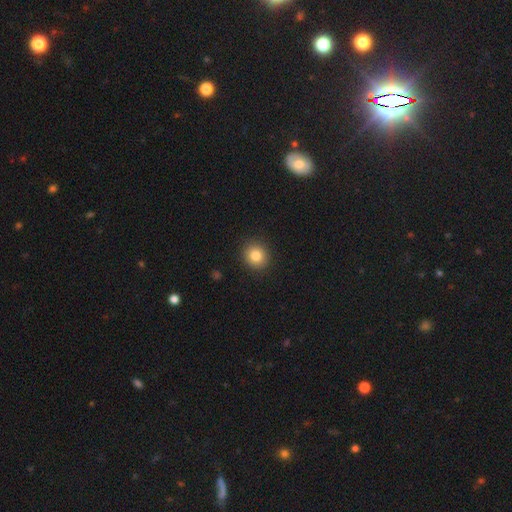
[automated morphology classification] Smooth or featured? smooth (83%)
How rounded? round (89%)
Merging? none (92%)